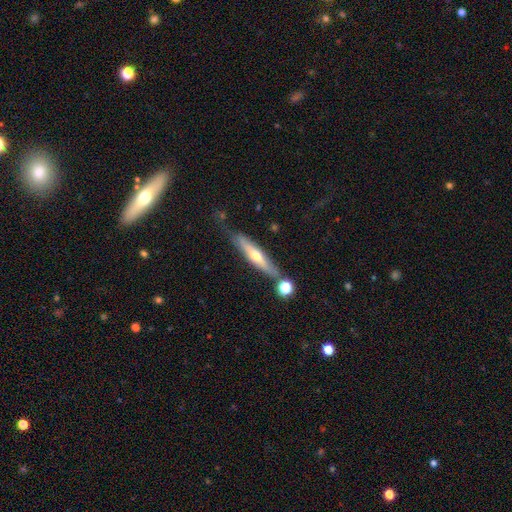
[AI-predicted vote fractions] Overall: featured or disk (54%; smooth 39%). Edge-on disk: yes (84%). Merging: none (68%).